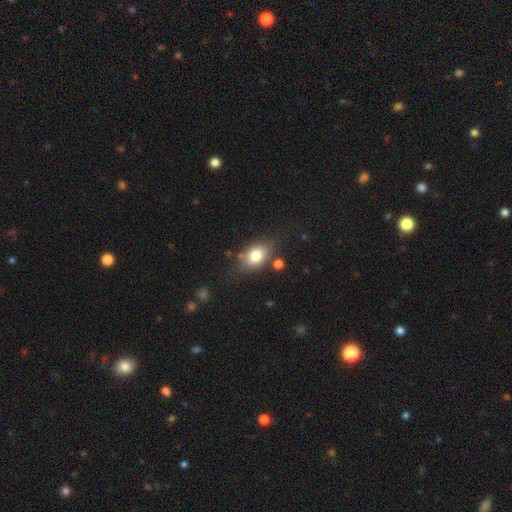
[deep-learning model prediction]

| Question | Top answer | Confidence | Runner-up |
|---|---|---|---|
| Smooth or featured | smooth | 80% | featured or disk (11%) |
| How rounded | in between | 73% | round (26%) |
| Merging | none | 71% | minor disturbance (17%) |